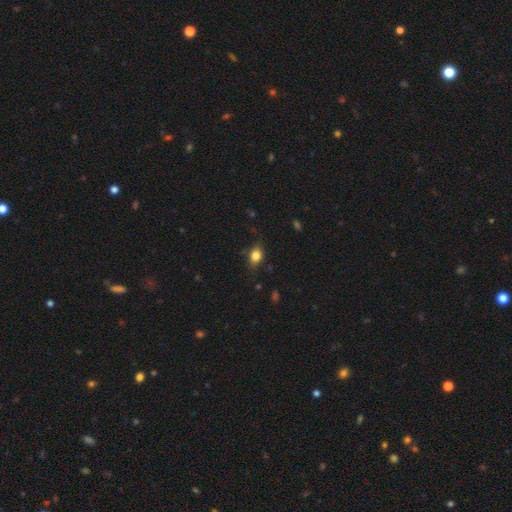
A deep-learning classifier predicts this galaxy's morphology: This is clearly a smooth galaxy (81%). How rounded: likely in between (68%). Merging: likely none (73%).